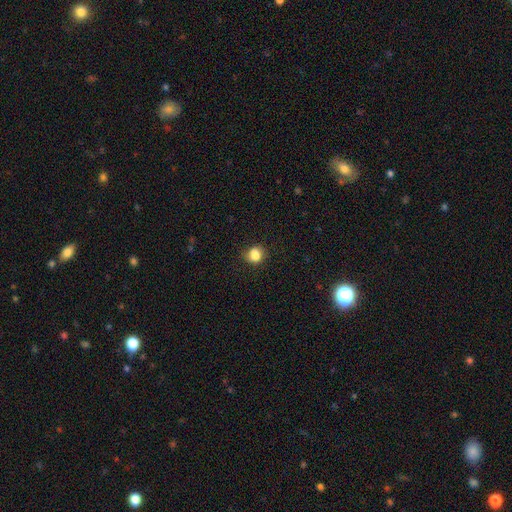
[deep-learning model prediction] smooth_or_featured: smooth (p=0.81) [alt: star or artifact p=0.11]
how_rounded: round (p=0.63) [alt: in between p=0.36]
merging: none (p=0.68) [alt: minor disturbance p=0.19]